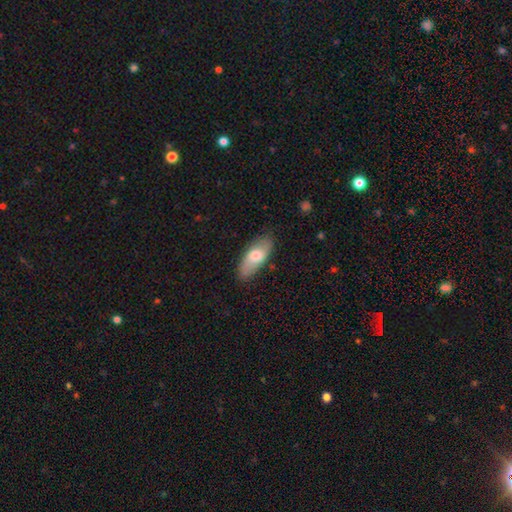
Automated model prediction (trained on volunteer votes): Smooth or featured?
  - smooth: 68% *
  - featured or disk: 26%
  - star or artifact: 6%
How rounded?
  - in between: 81% *
  - cigar-shaped: 16%
  - round: 3%
Merging?
  - none: 82% *
  - minor disturbance: 14%
  - major disturbance: 3%
  - merger: 1%